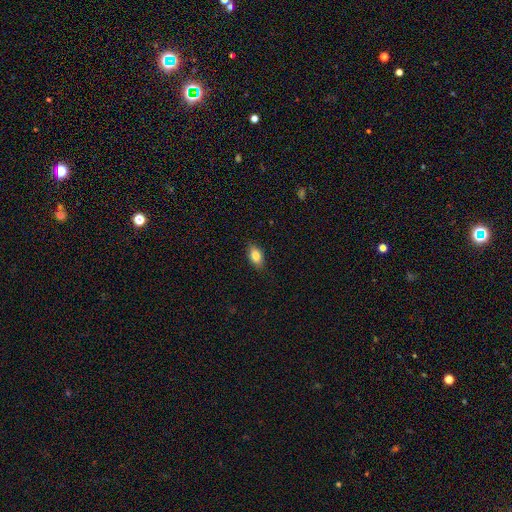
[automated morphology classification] Smooth or featured? Predicted: smooth (p=0.82). How rounded? Predicted: in between (p=0.88). Merging? Predicted: none (p=0.86).